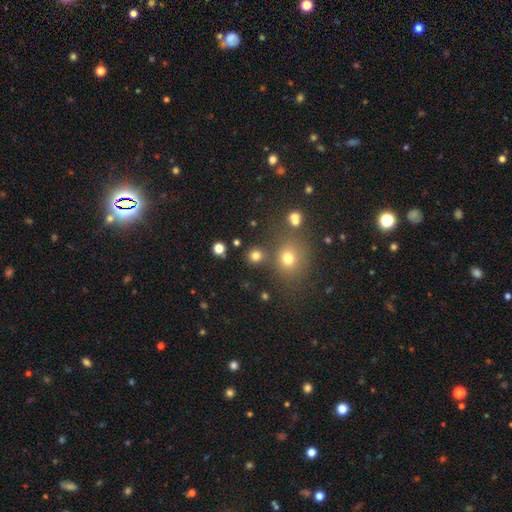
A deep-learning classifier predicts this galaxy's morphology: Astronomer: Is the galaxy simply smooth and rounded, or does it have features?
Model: smooth — 76%.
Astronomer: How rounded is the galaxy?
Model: round — 88%.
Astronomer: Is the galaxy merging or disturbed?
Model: none — 78%.